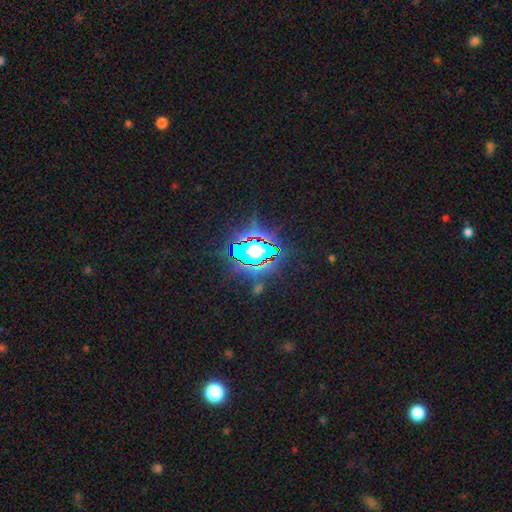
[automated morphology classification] Smooth or featured?
  - star or artifact: 82% *
  - smooth: 11%
  - featured or disk: 7%